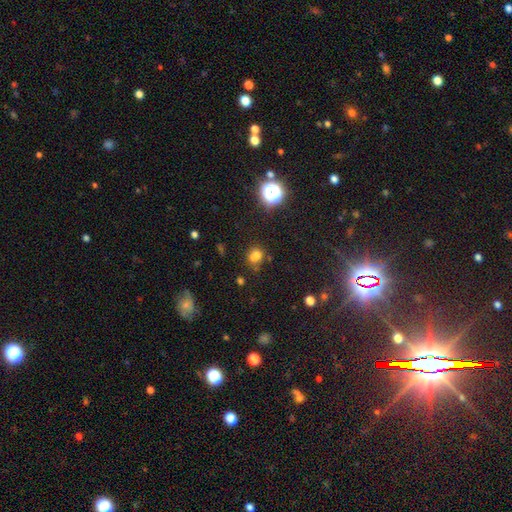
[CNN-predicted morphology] smooth 66%, star or artifact 23%, featured or disk 10%. Down the decision tree: how rounded — round (73%); merging — none (51%).